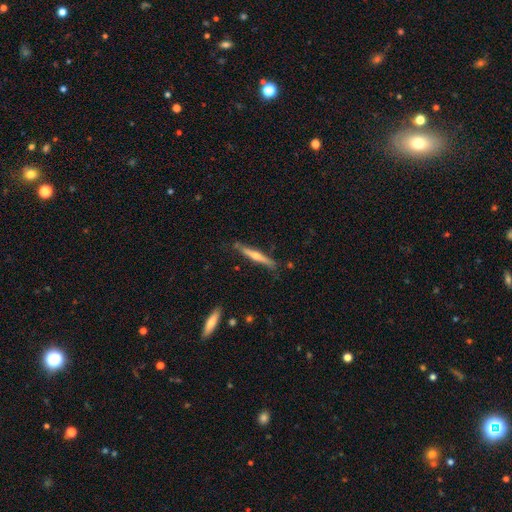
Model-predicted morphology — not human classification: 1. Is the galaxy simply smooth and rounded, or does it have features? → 65% featured or disk, 29% smooth, 6% star or artifact.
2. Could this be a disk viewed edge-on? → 96% yes, 4% no.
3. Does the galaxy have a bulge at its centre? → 82% rounded, 14% none, 5% boxy.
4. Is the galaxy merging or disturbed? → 83% none, 13% minor disturbance, 2% major disturbance, 2% merger.